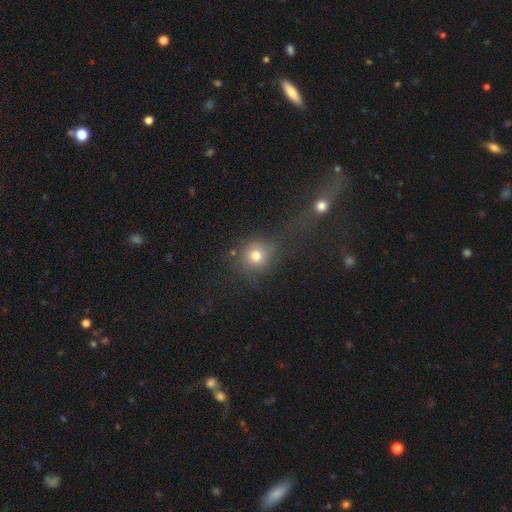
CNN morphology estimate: smooth-or-featured: smooth: 75% | star or artifact: 16% | featured or disk: 10%
  how-rounded: round: 87% | in between: 11% | cigar-shaped: 1%
  merging: none: 58% | minor disturbance: 14% | major disturbance: 14% | merger: 14%